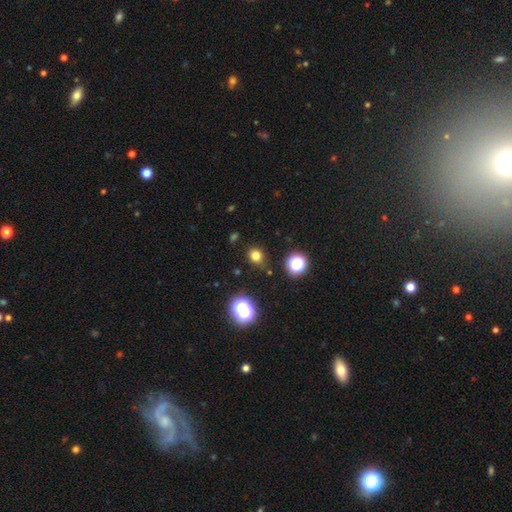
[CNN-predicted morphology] smooth-or-featured: smooth: 76% | star or artifact: 19% | featured or disk: 5%
  how-rounded: round: 73% | in between: 26% | cigar-shaped: 1%
  merging: none: 84% | minor disturbance: 10% | major disturbance: 3% | merger: 2%